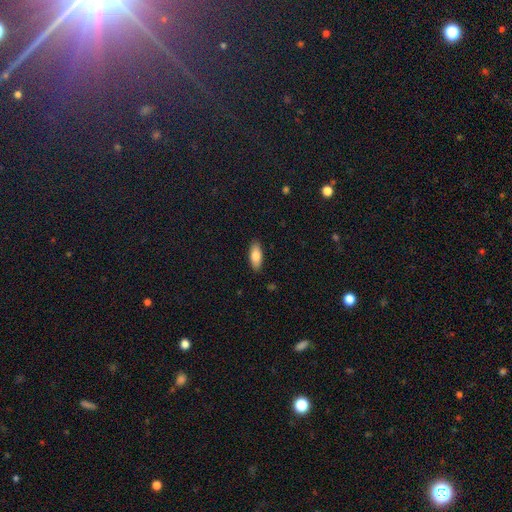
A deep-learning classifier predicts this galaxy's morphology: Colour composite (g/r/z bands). It shows a smooth galaxy with no disk features (82%) that is in between round and cigar-shaped (81%). Merging: none (89%).